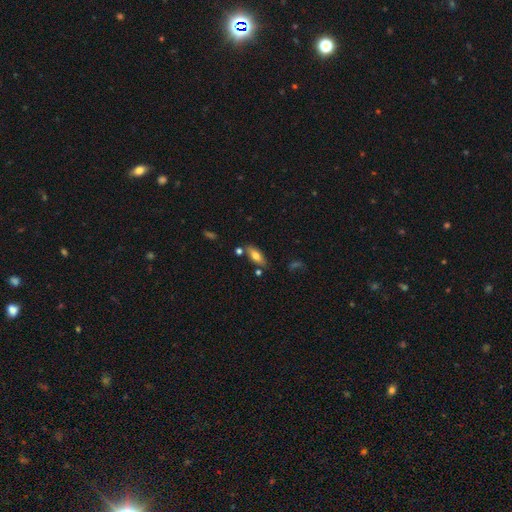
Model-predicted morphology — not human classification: A smooth galaxy with no disk features (69%) that is in between round and cigar-shaped (77%).

Vote fractions:
- Smooth or featured? smooth: 69% / featured or disk: 23% / star or artifact: 8%
- How rounded? in between: 77% / cigar-shaped: 21% / round: 3%
- Merging? none: 76% / minor disturbance: 13% / merger: 8% / major disturbance: 3%